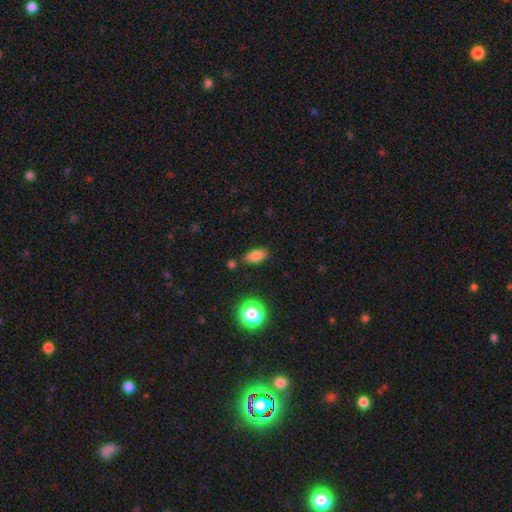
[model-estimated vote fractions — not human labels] This appears to be a smooth galaxy with no disk features (79%) that is in between round and cigar-shaped (86%). Merging: none (80%).